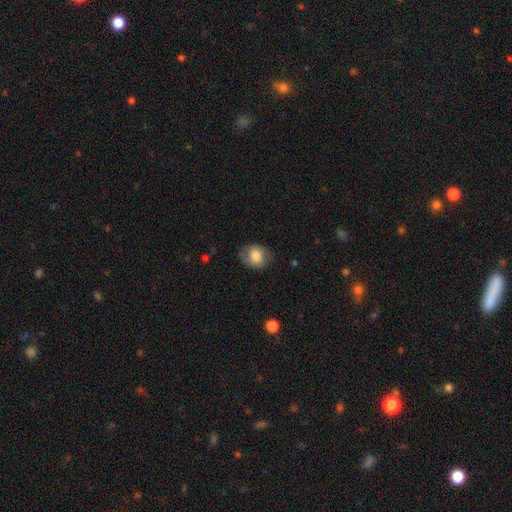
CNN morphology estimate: type=smooth (74%); roundness=round (53%); merging=none (76%).